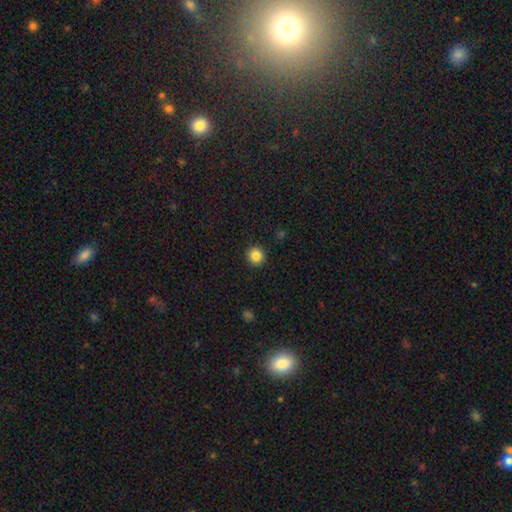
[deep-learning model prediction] Smooth or featured? smooth (86%)
How rounded? round (90%)
Merging? none (92%)